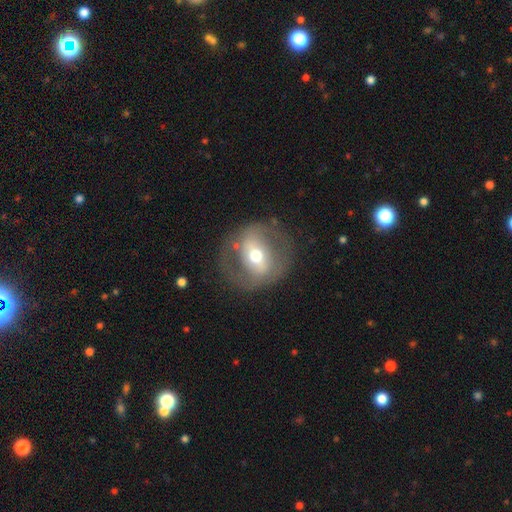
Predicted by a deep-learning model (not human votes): Smooth or featured? featured or disk (61%)
Edge-on disk? no (92%)
Bar? strong (40%)
Spiral arms? no (71%)
Bulge size? moderate (68%)
Merging? none (74%)